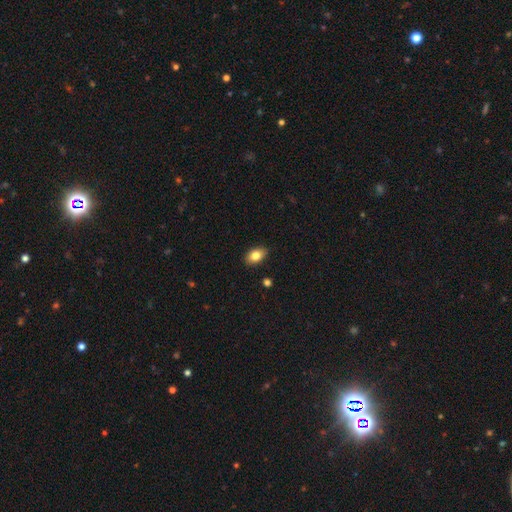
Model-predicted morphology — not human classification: smooth 82%, featured or disk 10%, star or artifact 8%. Down the decision tree: how rounded — in between (87%); merging — none (87%).